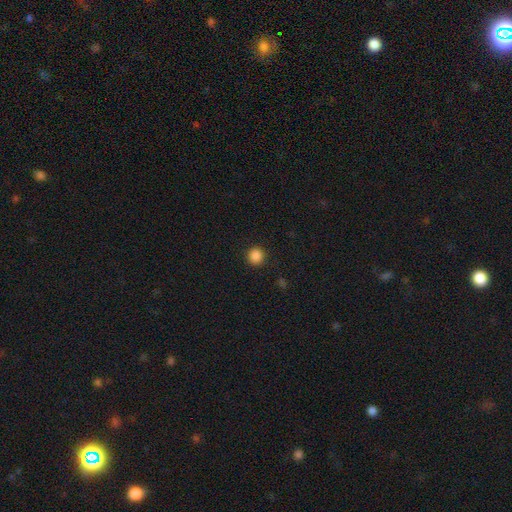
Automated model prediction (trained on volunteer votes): smooth 86%, star or artifact 11%, featured or disk 3%. Down the decision tree: how rounded — round (94%); merging — none (91%).